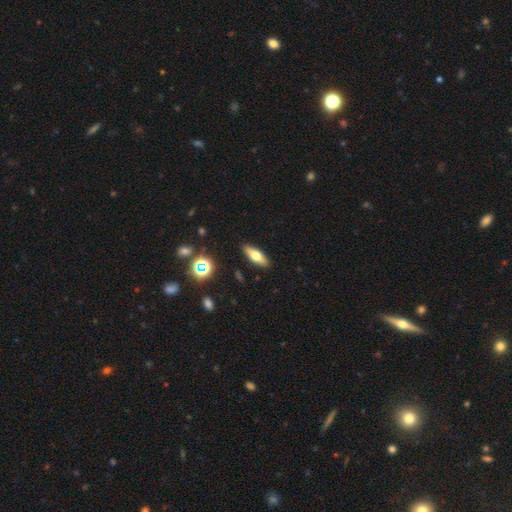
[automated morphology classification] Smooth or featured: smooth — 57% (featured or disk — 34%)
How rounded: in between — 57% (cigar-shaped — 39%)
Merging: none — 89% (minor disturbance — 8%)